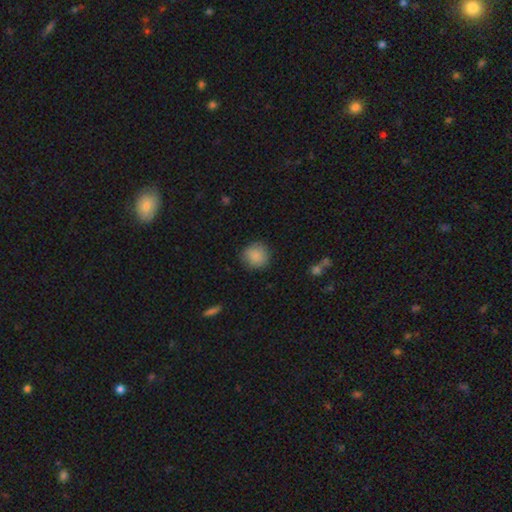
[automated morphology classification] Smooth or featured: smooth — 87% (star or artifact — 8%)
How rounded: round — 91% (in between — 8%)
Merging: none — 84% (minor disturbance — 11%)